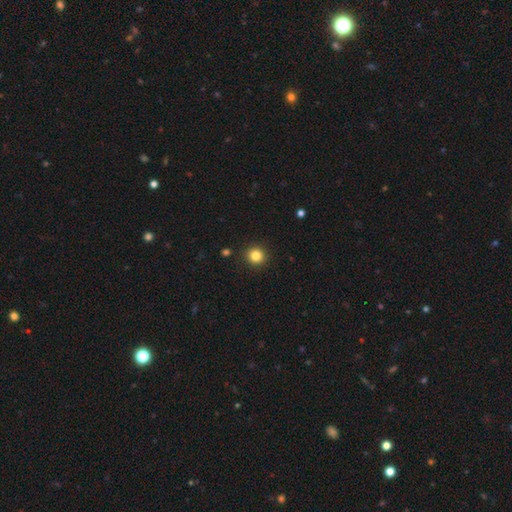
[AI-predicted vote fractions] smooth-or-featured: smooth: 83% | star or artifact: 11% | featured or disk: 5%
  how-rounded: round: 93% | in between: 6% | cigar-shaped: 1%
  merging: none: 92% | minor disturbance: 5% | major disturbance: 2% | merger: 1%